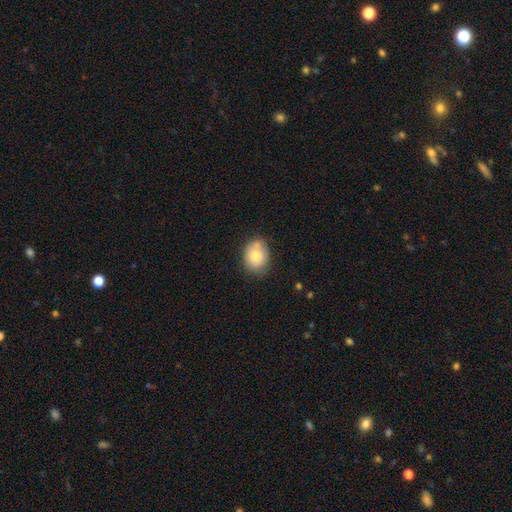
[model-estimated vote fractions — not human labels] Smooth or featured? smooth (80%)
How rounded? in between (57%)
Merging? none (68%)